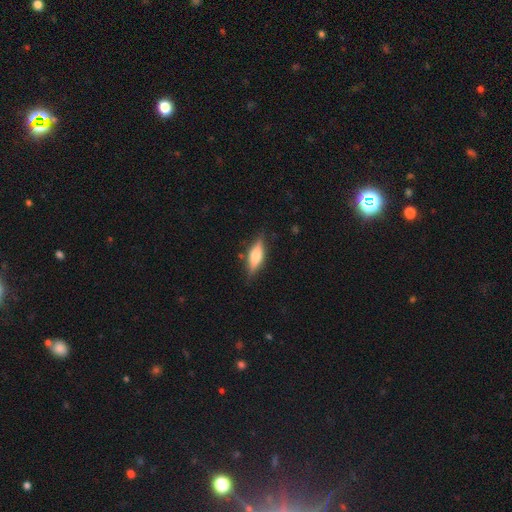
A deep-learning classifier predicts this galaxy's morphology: Overall: smooth (49%; featured or disk 44%). Merging: none (81%).